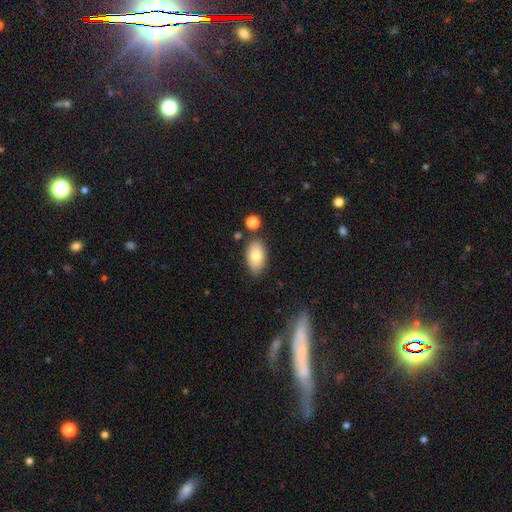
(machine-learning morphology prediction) Smooth or featured? Predicted: smooth (p=0.78). How rounded? Predicted: in between (p=0.93). Merging? Predicted: none (p=0.79).